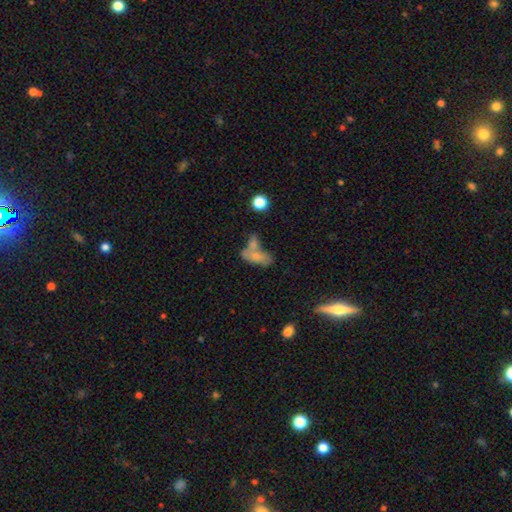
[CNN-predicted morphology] This is likely a smooth galaxy (66%). How rounded: clearly in between (82%). Merging: possibly merger (51%).